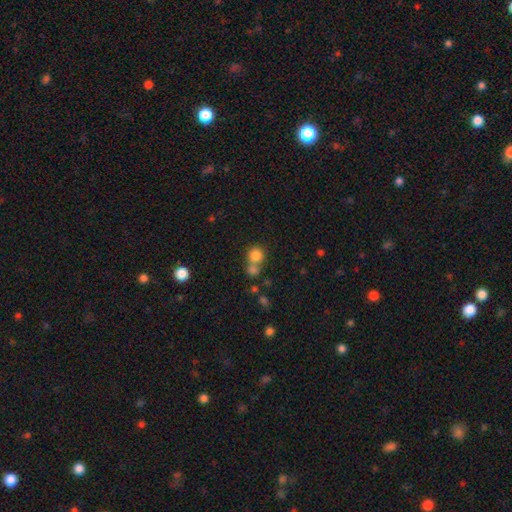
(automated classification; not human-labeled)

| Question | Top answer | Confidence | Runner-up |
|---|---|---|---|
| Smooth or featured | smooth | 81% | star or artifact (12%) |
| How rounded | round | 87% | in between (12%) |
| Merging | none | 49% | merger (41%) |